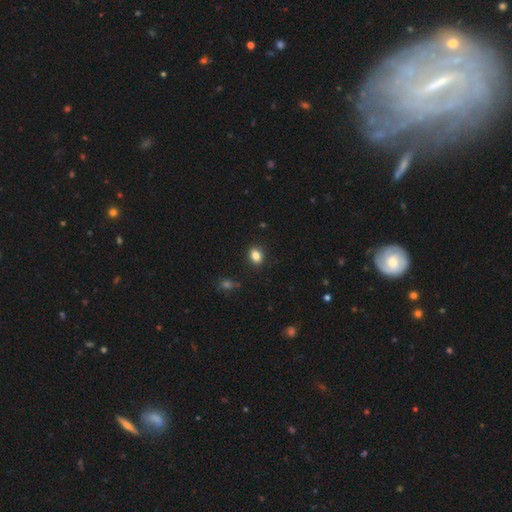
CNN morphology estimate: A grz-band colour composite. It shows a smooth galaxy with no disk features (83%) that is in between round and cigar-shaped (60%). Merging: none (88%).